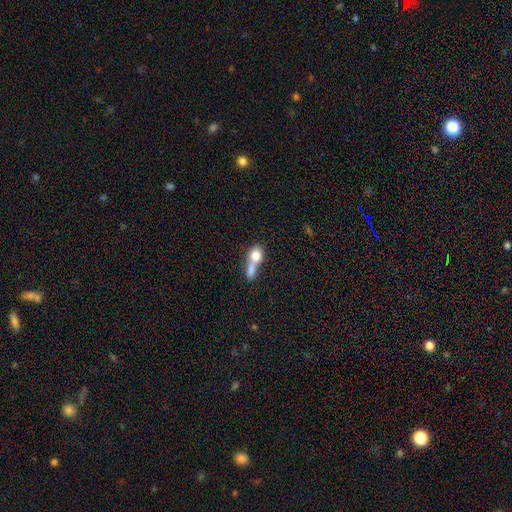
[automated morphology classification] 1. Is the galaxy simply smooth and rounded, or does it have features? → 75% smooth, 17% featured or disk, 8% star or artifact.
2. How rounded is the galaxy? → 49% round, 45% in between, 6% cigar-shaped.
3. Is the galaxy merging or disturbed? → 70% merger, 18% none, 7% minor disturbance, 5% major disturbance.